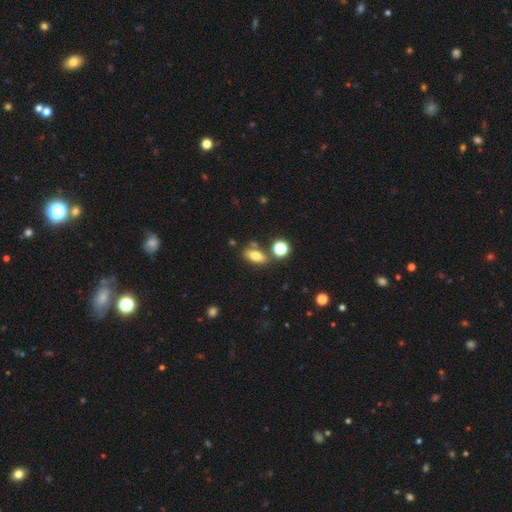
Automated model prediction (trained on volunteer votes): A smooth galaxy with no disk features (75%) that is in between round and cigar-shaped (77%). Merging: none (69%).